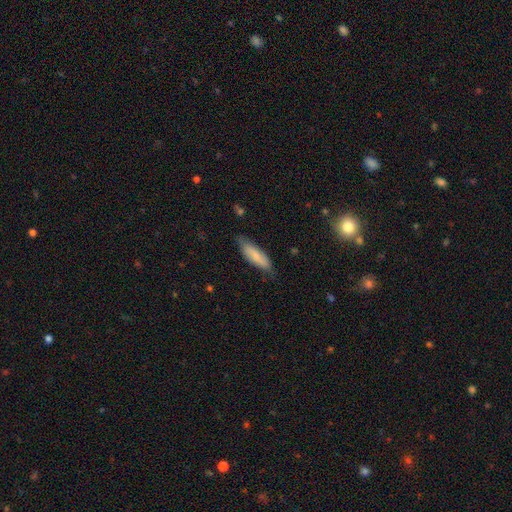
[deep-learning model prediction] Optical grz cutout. It shows a smooth galaxy with no disk features (77%) that is in between round and cigar-shaped (52%). Merging: none (72%).